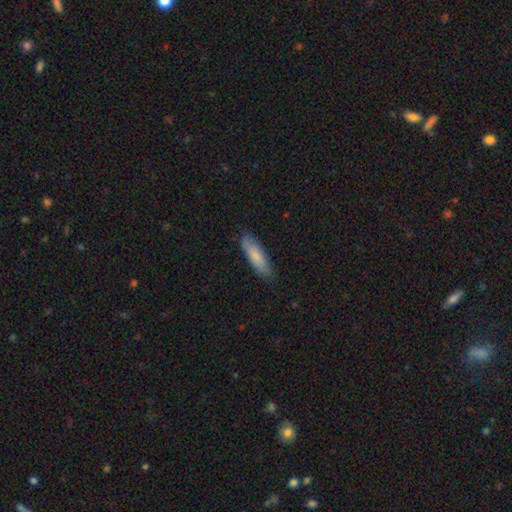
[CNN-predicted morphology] type=smooth (80%); roundness=cigar-shaped (55%); merging=none (83%).